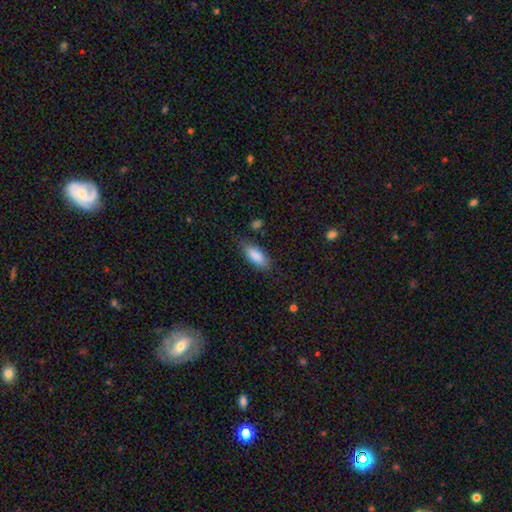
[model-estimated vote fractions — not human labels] A smooth galaxy with no disk features (87%) that is in between round and cigar-shaped (81%).

Vote fractions:
- Smooth or featured? smooth: 87% / featured or disk: 7% / star or artifact: 6%
- How rounded? in between: 81% / cigar-shaped: 17% / round: 2%
- Merging? none: 76% / minor disturbance: 17% / major disturbance: 4% / merger: 2%